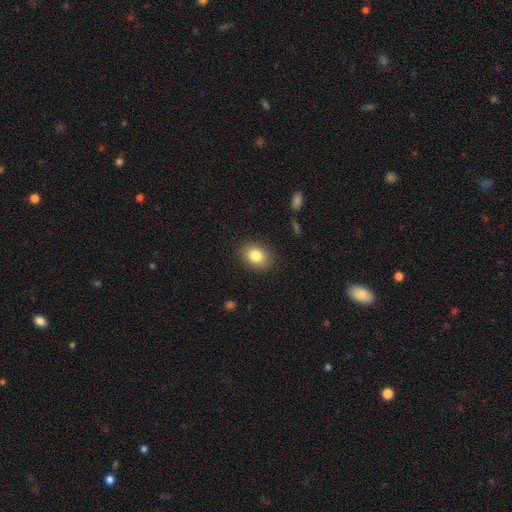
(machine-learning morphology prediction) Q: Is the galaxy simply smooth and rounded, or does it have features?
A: smooth — 83%.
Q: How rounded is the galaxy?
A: in between — 61%.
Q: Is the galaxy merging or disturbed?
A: none — 87%.